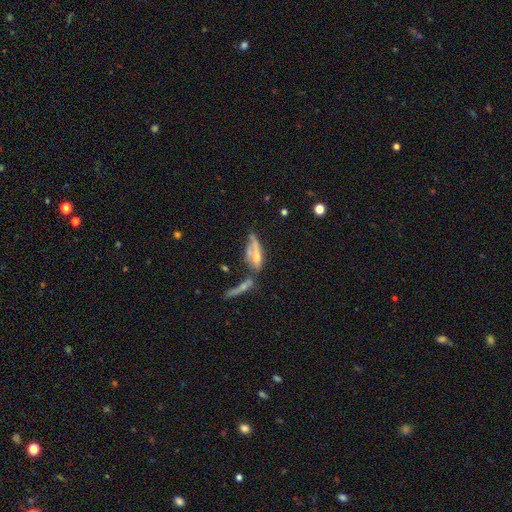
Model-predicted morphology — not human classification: featured or disk 53%, smooth 38%, star or artifact 10%. Down the decision tree: edge-on disk — no (55%); merging — merger (44%).